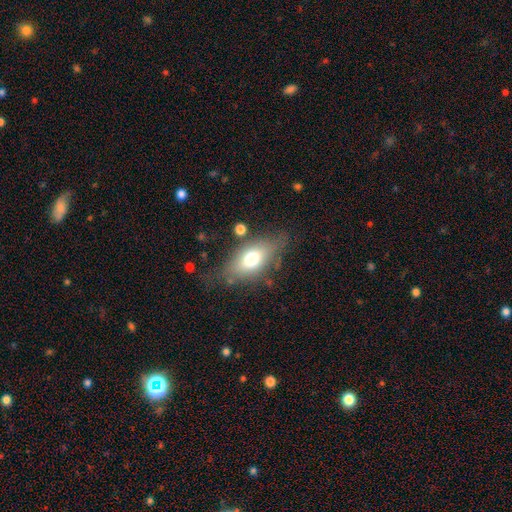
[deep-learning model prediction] smooth 66%, featured or disk 25%, star or artifact 9%. Down the decision tree: how rounded — in between (82%); merging — none (67%).